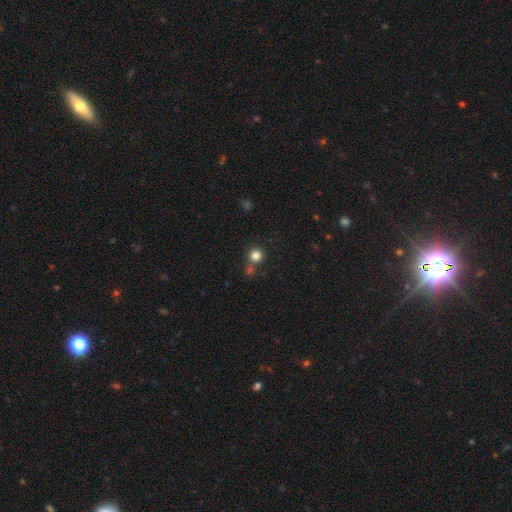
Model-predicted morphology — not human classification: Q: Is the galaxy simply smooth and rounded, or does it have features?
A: smooth — 81%.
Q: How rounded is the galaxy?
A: round — 93%.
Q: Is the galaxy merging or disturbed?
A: none — 68%.